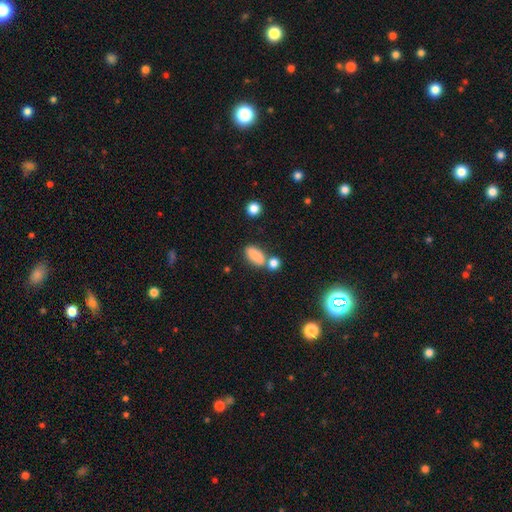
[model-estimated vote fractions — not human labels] Morphology: type=smooth (84%); roundness=in between (79%); merging=none (57%).